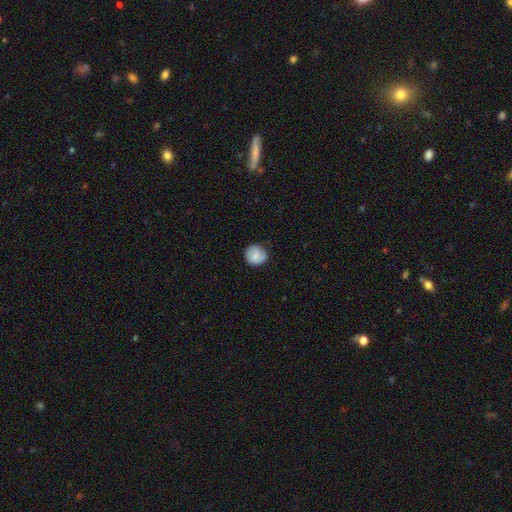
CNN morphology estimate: type=smooth (68%); roundness=round (88%); merging=none (74%).